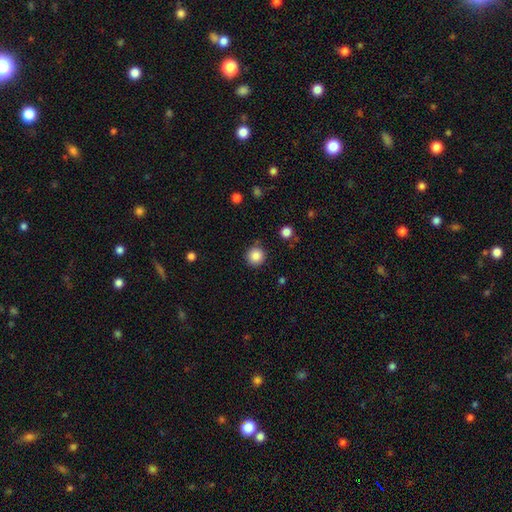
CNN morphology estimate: Smooth or featured?
  - smooth: 86% *
  - star or artifact: 10%
  - featured or disk: 4%
How rounded?
  - round: 94% *
  - in between: 5%
  - cigar-shaped: 1%
Merging?
  - none: 86% *
  - minor disturbance: 9%
  - merger: 3%
  - major disturbance: 2%